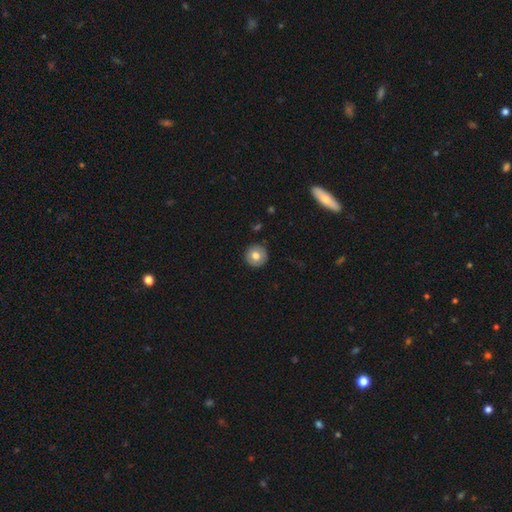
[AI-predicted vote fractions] Q: Smooth or featured?
A: smooth (74%); runner-up: featured or disk (18%)
Q: How rounded?
A: round (95%); runner-up: in between (4%)
Q: Merging?
A: none (91%); runner-up: minor disturbance (6%)